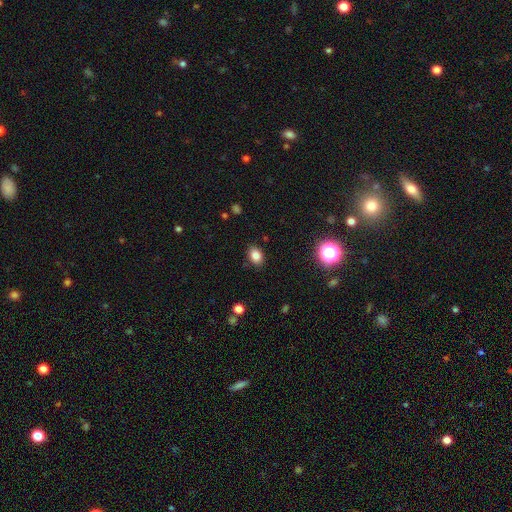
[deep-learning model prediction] smooth 83%, star or artifact 11%, featured or disk 6%. Down the decision tree: how rounded — in between (74%); merging — none (86%).